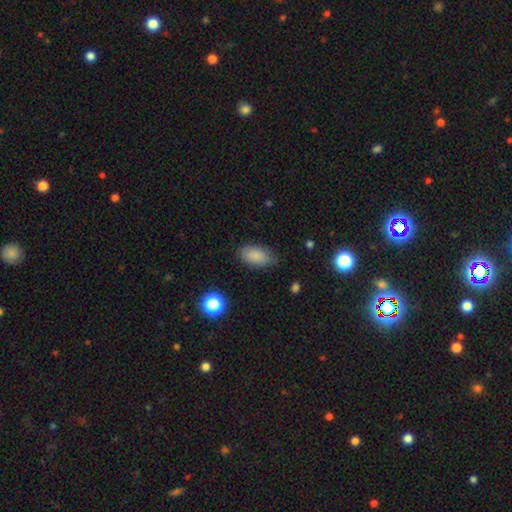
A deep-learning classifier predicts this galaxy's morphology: Smooth or featured? smooth (86%)
How rounded? in between (92%)
Merging? none (81%)